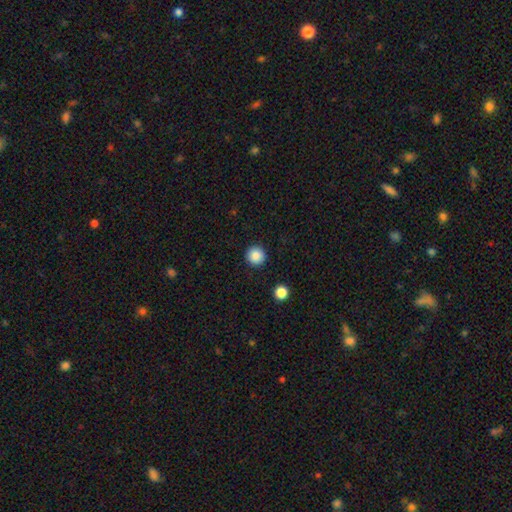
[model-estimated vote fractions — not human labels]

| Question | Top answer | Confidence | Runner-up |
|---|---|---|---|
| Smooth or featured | smooth | 87% | star or artifact (9%) |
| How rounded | round | 95% | in between (4%) |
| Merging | none | 92% | minor disturbance (5%) |